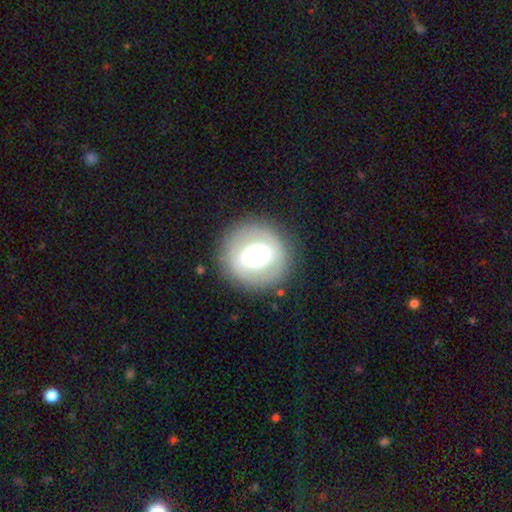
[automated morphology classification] Smooth or featured? Predicted: smooth (p=0.55). How rounded? Predicted: round (p=0.92). Merging? Predicted: none (p=0.85).